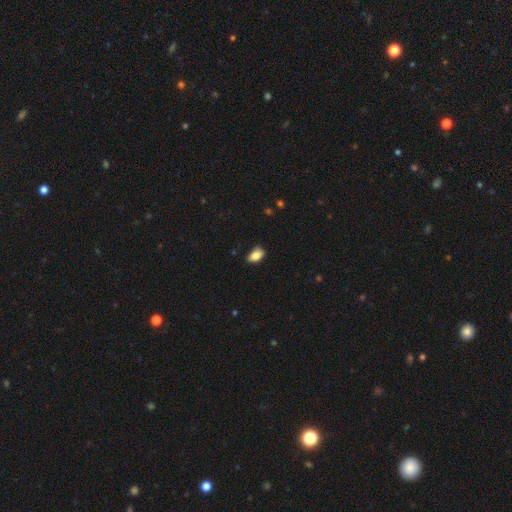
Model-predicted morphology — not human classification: Smooth or featured: smooth — 83% (featured or disk — 9%)
How rounded: in between — 90% (round — 7%)
Merging: none — 75% (minor disturbance — 20%)